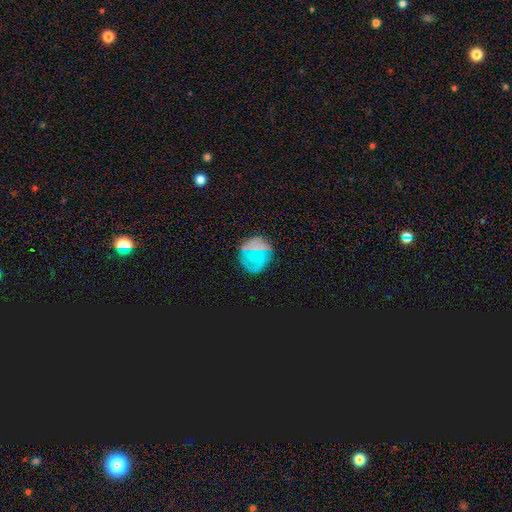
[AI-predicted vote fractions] A smooth galaxy with no disk features (45%).

Vote fractions:
- Smooth or featured? smooth: 45% / featured or disk: 34% / star or artifact: 21%
- Merging? none: 70% / minor disturbance: 18% / major disturbance: 8% / merger: 4%